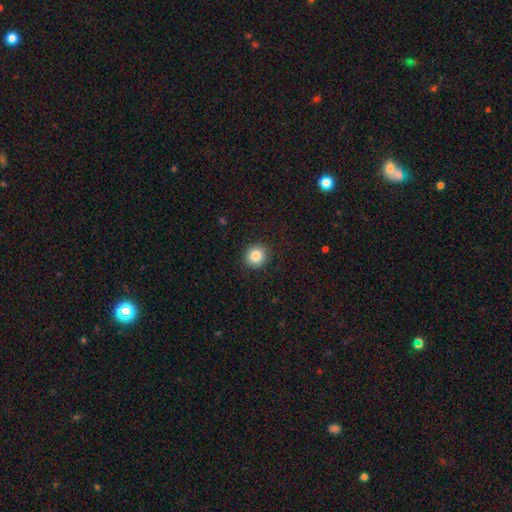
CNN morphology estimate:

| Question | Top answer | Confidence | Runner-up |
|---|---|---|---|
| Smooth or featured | smooth | 85% | star or artifact (10%) |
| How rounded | round | 89% | in between (10%) |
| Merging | none | 90% | minor disturbance (7%) |